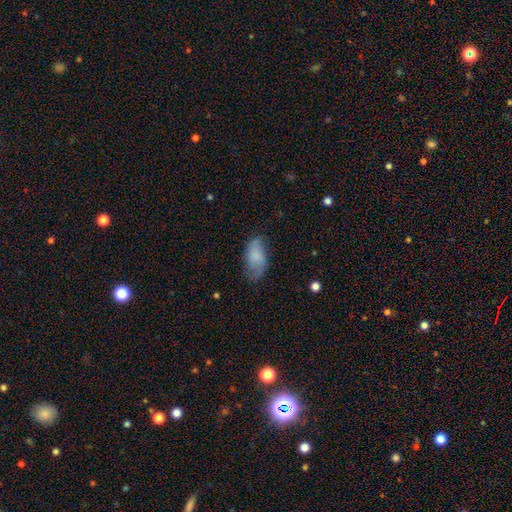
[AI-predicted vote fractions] Overall: smooth (73%). How rounded: in between (93%). Merging: none (61%; minor disturbance 29%).